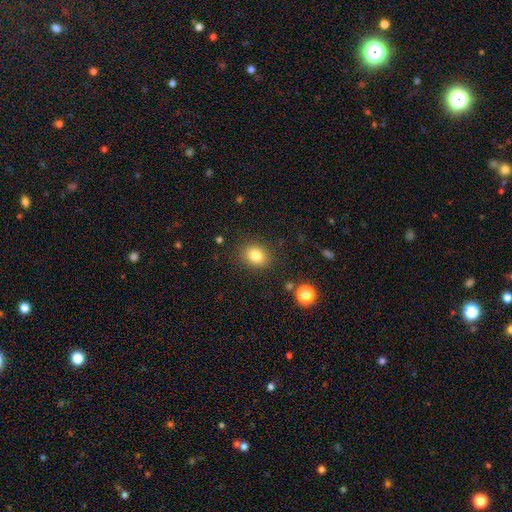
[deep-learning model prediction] This is clearly a smooth galaxy (81%). How rounded: possibly round (59%). Merging: clearly none (85%).